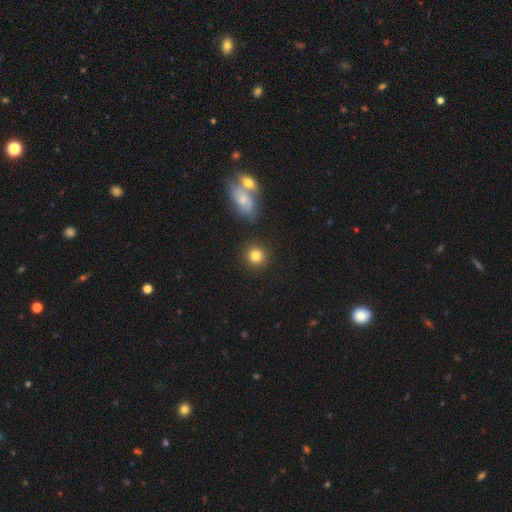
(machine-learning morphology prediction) This is clearly a smooth galaxy (82%). How rounded: clearly round (91%). Merging: clearly none (86%).